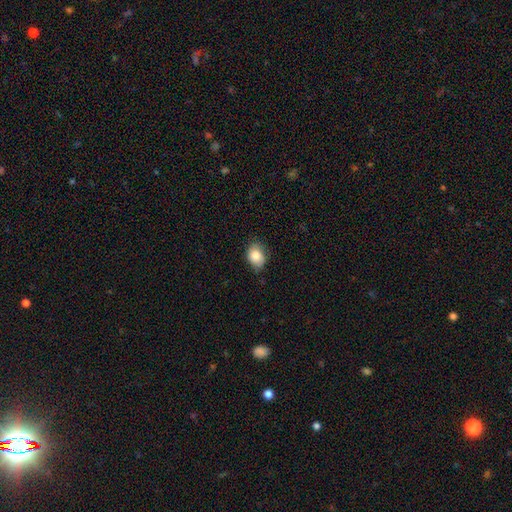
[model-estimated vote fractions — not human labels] A smooth galaxy with no disk features (84%) that is in between round and cigar-shaped (63%).

Vote fractions:
- Smooth or featured? smooth: 84% / star or artifact: 8% / featured or disk: 8%
- How rounded? in between: 63% / round: 36% / cigar-shaped: 1%
- Merging? none: 71% / minor disturbance: 24% / major disturbance: 4% / merger: 1%